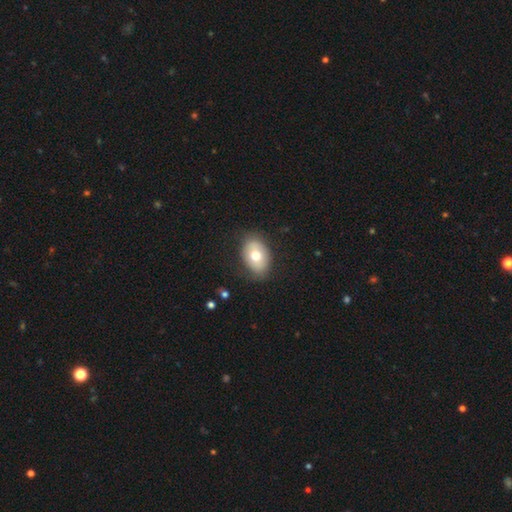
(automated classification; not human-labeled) A smooth galaxy with no disk features (69%) that is in between round and cigar-shaped (83%). Merging: none (80%).